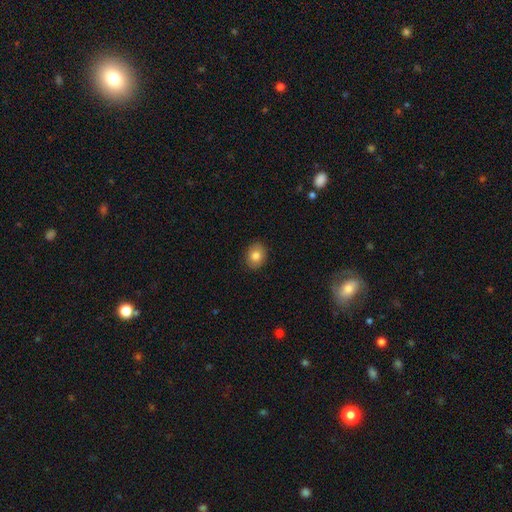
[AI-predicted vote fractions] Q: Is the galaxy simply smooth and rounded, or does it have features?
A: smooth — 82%.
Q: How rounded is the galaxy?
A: round — 50%.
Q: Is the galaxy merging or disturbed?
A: none — 90%.